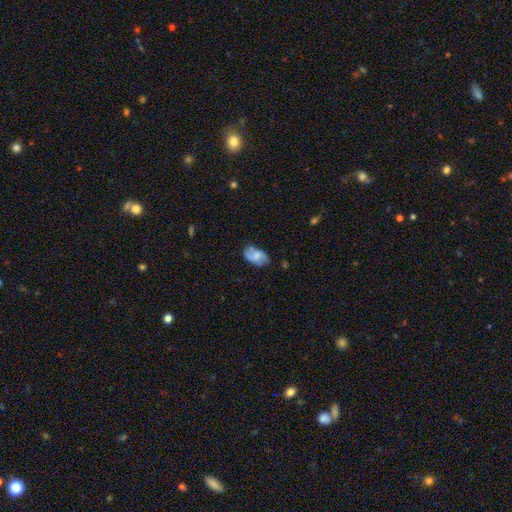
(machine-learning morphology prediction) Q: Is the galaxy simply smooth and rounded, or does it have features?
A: smooth — 50%.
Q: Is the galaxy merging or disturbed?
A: none — 59%.